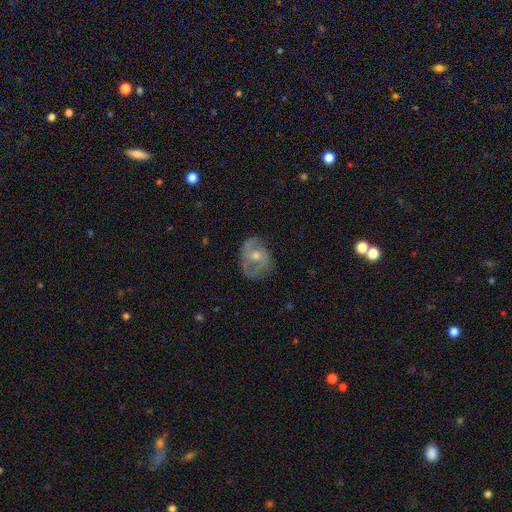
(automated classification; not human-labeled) This is likely a featured or disk galaxy (74%). It is clearly not viewed edge-on (96%). Bar: possibly no (55%). Spiral arm pattern: clearly yes (82%). Spiral arm count: likely 2 (70%). Spiral winding: possibly medium (46%). Central bulge: likely moderate (64%). Merging: likely none (72%).